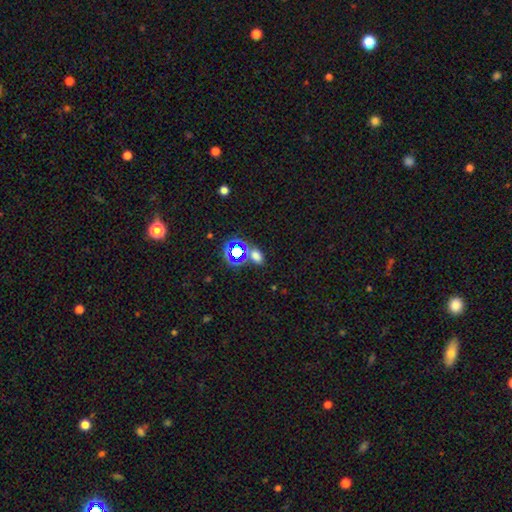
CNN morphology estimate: Overall: smooth (58%; star or artifact 35%). How rounded: in between (78%). Merging: none (66%).